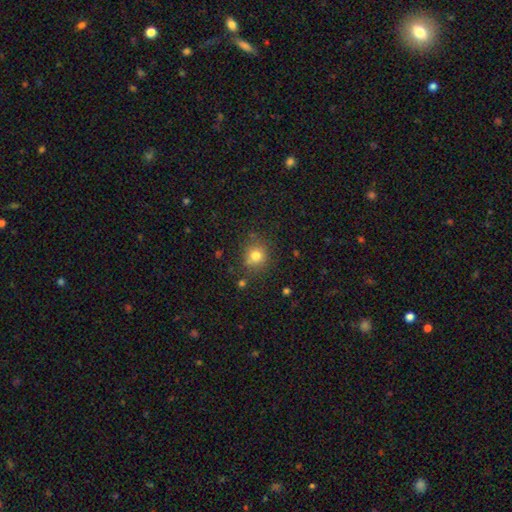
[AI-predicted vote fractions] Smooth or featured: smooth — 77% (star or artifact — 14%)
How rounded: round — 84% (in between — 15%)
Merging: none — 78% (minor disturbance — 14%)